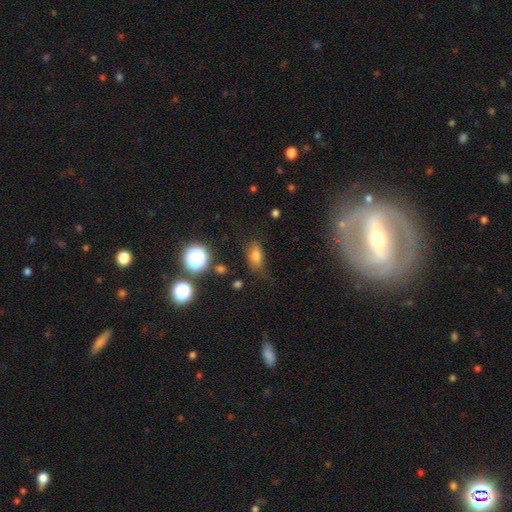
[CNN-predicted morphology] type=smooth (72%); roundness=in between (82%); merging=none (57%).